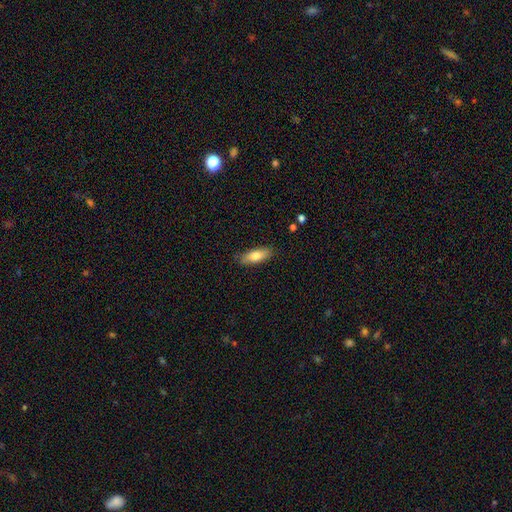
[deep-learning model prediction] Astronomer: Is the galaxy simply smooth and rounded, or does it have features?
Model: smooth — 78%.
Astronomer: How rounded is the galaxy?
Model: in between — 69%.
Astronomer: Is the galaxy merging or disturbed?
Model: none — 85%.